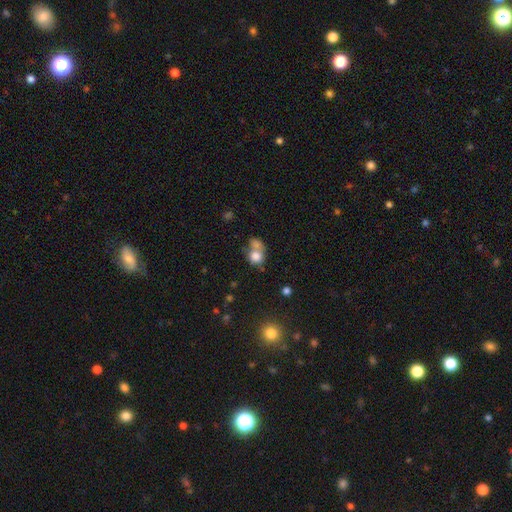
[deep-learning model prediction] smooth_or_featured: smooth (p=0.79) [alt: star or artifact p=0.11]
how_rounded: round (p=0.70) [alt: in between p=0.29]
merging: merger (p=0.54) [alt: none p=0.30]